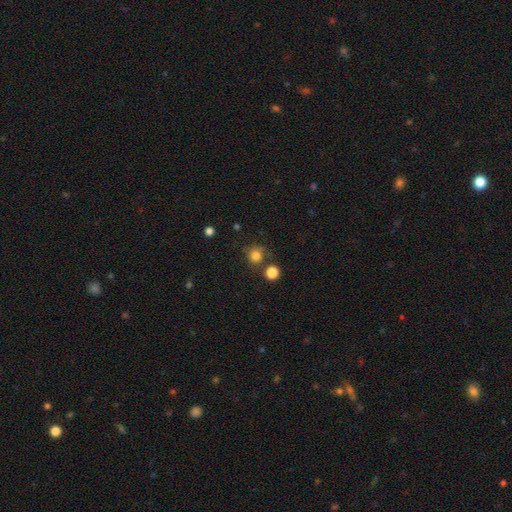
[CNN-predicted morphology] A smooth galaxy with no disk features (80%) that is round (90%).

Vote fractions:
- Smooth or featured? smooth: 80% / star or artifact: 13% / featured or disk: 7%
- How rounded? round: 90% / in between: 9% / cigar-shaped: 1%
- Merging? none: 71% / minor disturbance: 13% / merger: 11% / major disturbance: 5%